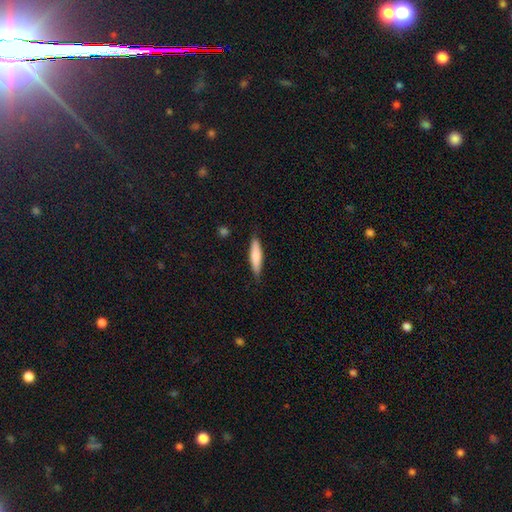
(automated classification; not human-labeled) A smooth galaxy with no disk features (77%) that is cigar-shaped (78%).

Vote fractions:
- Smooth or featured? smooth: 77% / featured or disk: 18% / star or artifact: 6%
- How rounded? cigar-shaped: 78% / in between: 20% / round: 1%
- Merging? none: 85% / minor disturbance: 12% / major disturbance: 2% / merger: 1%